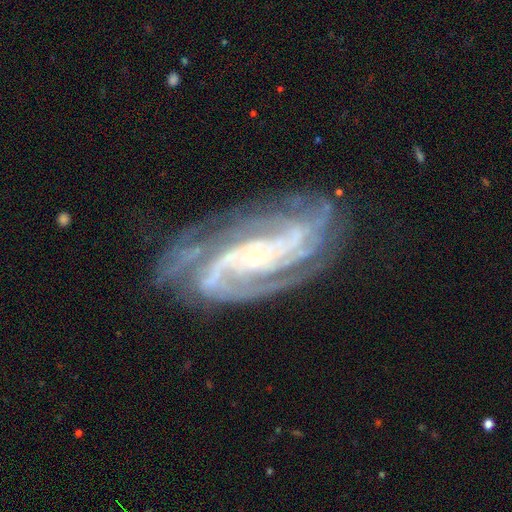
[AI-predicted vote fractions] A featured or disk galaxy (91%) with no bar (58%), 3 (25%) tight (60%) spiral arms (98%) and a small central bulge (80%). Merging: none (73%).